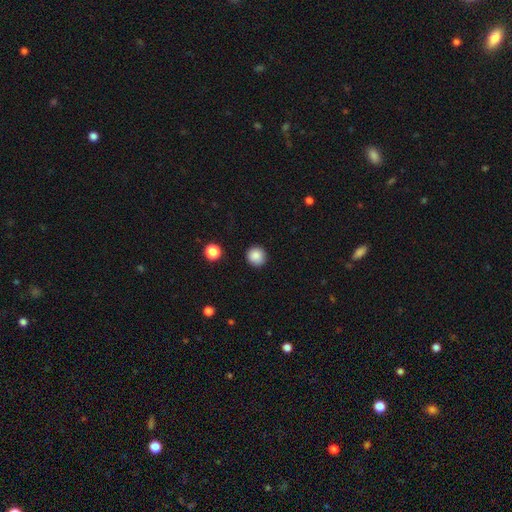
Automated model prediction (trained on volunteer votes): Q: Smooth or featured?
A: smooth (87%); runner-up: star or artifact (10%)
Q: How rounded?
A: round (93%); runner-up: in between (6%)
Q: Merging?
A: none (91%); runner-up: minor disturbance (6%)